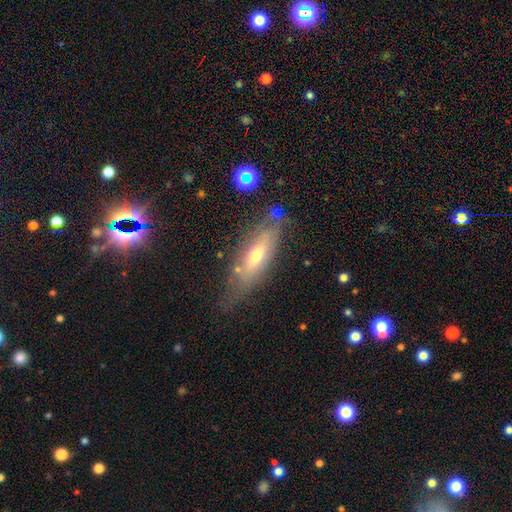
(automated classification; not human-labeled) Smooth or featured: featured or disk — 53% (smooth — 38%)
Edge-on disk: no — 52% (yes — 48%)
Merging: none — 67% (minor disturbance — 21%)